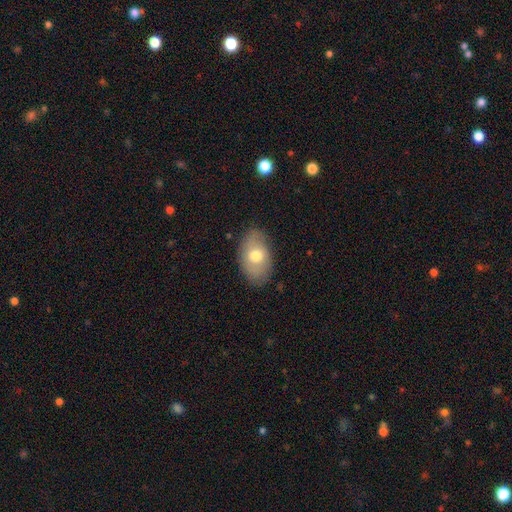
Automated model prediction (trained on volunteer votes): smooth-or-featured: smooth: 69% | featured or disk: 24% | star or artifact: 7%
  how-rounded: in between: 89% | round: 10% | cigar-shaped: 1%
  merging: none: 80% | minor disturbance: 15% | major disturbance: 4% | merger: 1%